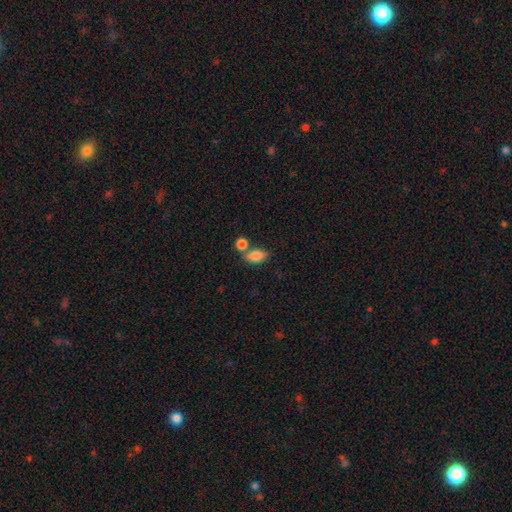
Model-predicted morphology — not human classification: Q: Smooth or featured?
A: smooth (84%); runner-up: star or artifact (8%)
Q: How rounded?
A: in between (86%); runner-up: round (10%)
Q: Merging?
A: none (52%); runner-up: merger (30%)